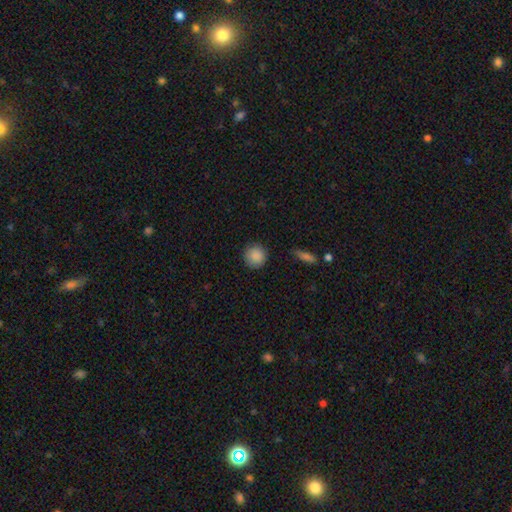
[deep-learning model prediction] Smooth or featured? smooth (88%)
How rounded? round (93%)
Merging? none (89%)